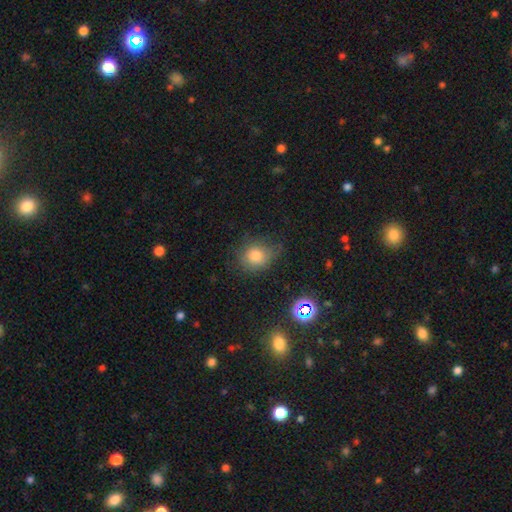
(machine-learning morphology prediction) A smooth galaxy with no disk features (76%) that is round (75%).

Vote fractions:
- Smooth or featured? smooth: 76% / star or artifact: 14% / featured or disk: 10%
- How rounded? round: 75% / in between: 24% / cigar-shaped: 1%
- Merging? none: 67% / minor disturbance: 23% / major disturbance: 8% / merger: 2%